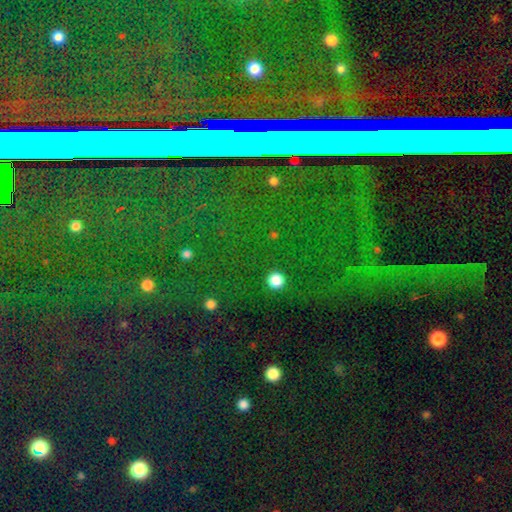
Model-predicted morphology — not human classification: This appears to be a star or artifact, not a galaxy (84%).